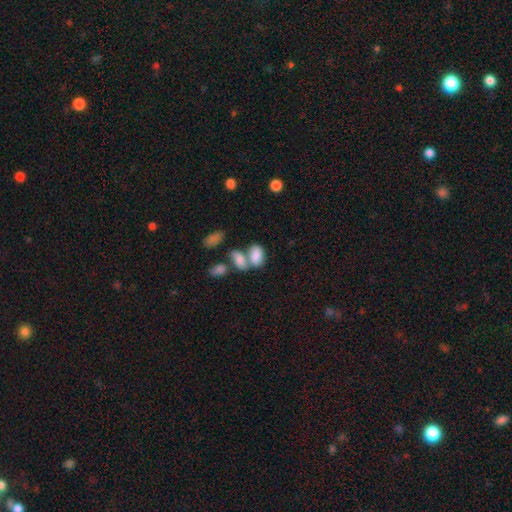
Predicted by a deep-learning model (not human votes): This is likely a smooth galaxy (78%). How rounded: clearly in between (88%). Merging: possibly merger (56%).